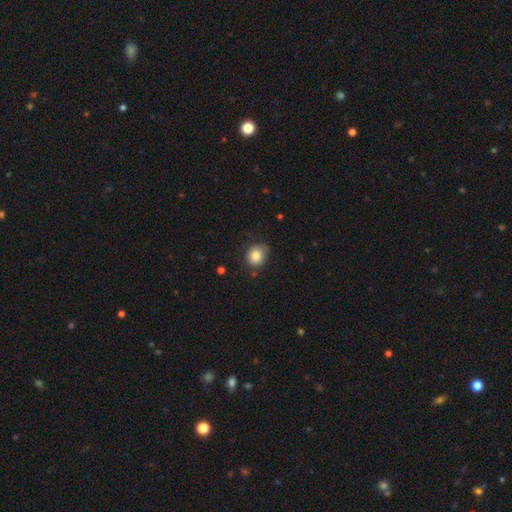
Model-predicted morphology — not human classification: Smooth or featured? Predicted: smooth (p=0.84). How rounded? Predicted: round (p=0.73). Merging? Predicted: none (p=0.76).